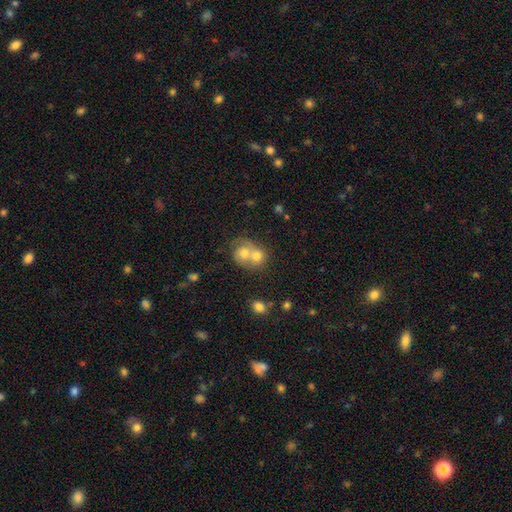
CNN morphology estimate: A smooth galaxy with no disk features (58%) that is round (70%). Merging: merger (70%).